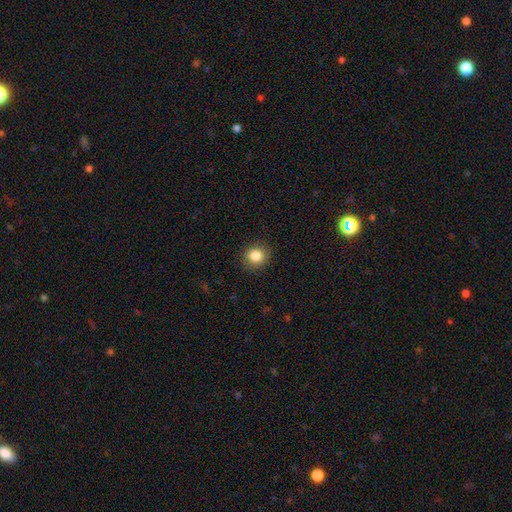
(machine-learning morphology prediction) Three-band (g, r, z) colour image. It shows a smooth galaxy with no disk features (84%) that is round (88%). Merging: none (90%).